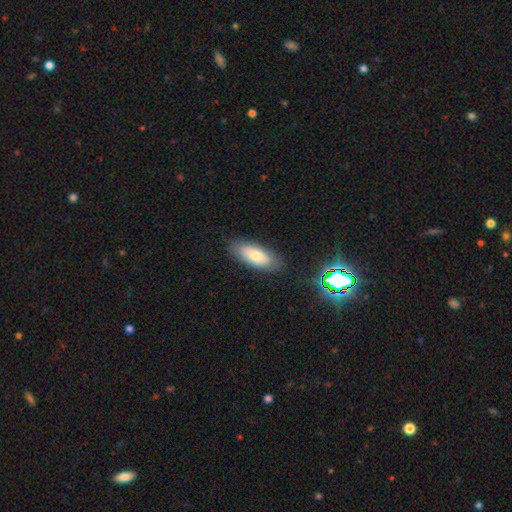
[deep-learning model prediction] This appears to be a smooth galaxy with no disk features (73%) that is in between round and cigar-shaped (77%). Merging: none (83%).